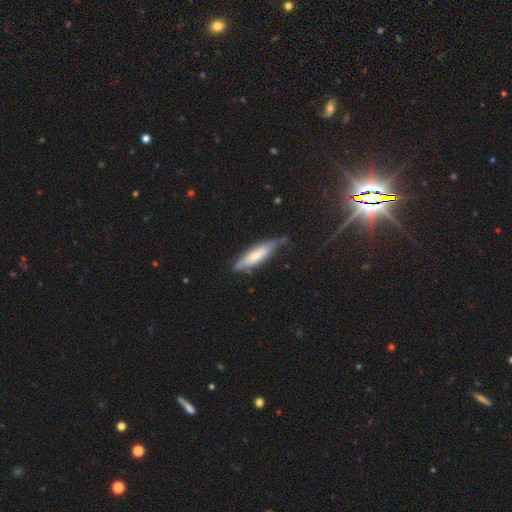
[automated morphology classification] Smooth or featured: smooth — 57% (featured or disk — 37%)
How rounded: cigar-shaped — 63% (in between — 35%)
Merging: none — 57% (minor disturbance — 32%)